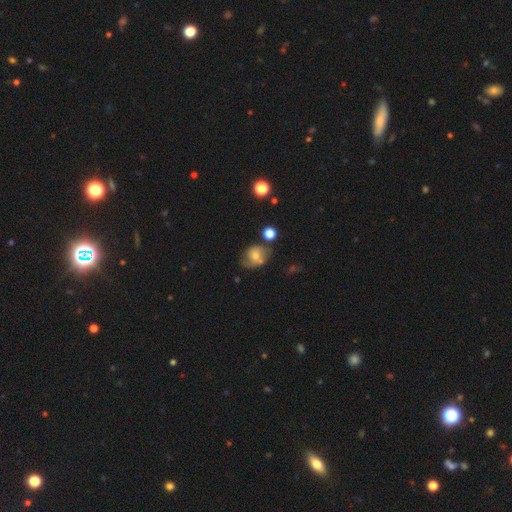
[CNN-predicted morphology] Smooth or featured: smooth — 57% (featured or disk — 31%)
How rounded: round — 52% (in between — 47%)
Merging: none — 52% (minor disturbance — 26%)